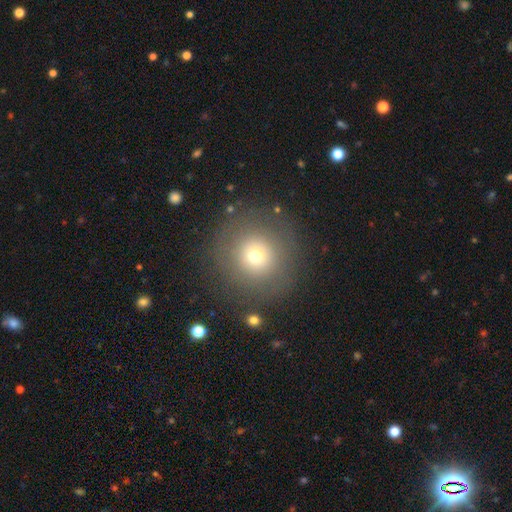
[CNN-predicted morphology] Overall: smooth (68%). How rounded: round (93%). Merging: none (84%).